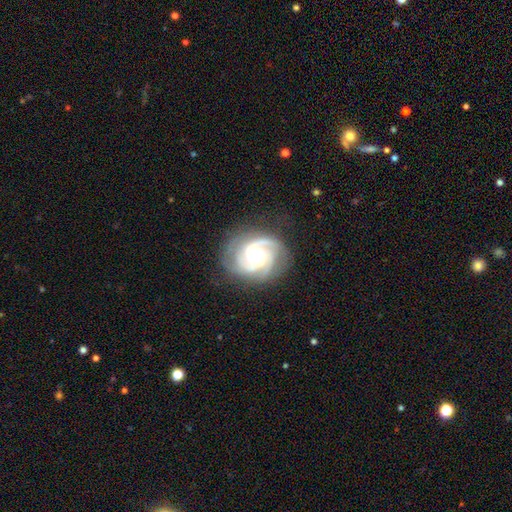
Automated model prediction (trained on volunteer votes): smooth-or-featured: featured or disk: 90% | smooth: 6% | star or artifact: 5%
  disk-edge-on: no: 98% | yes: 2%
    bar: no: 64% | weak: 28% | strong: 7%
    has-spiral-arms: yes: 98% | no: 2%
      spiral-winding: tight: 59% | medium: 36% | loose: 5%
      spiral-arm-count: 3: 53% | 2: 24% | can't tell: 9% | 4: 6% | 1: 4% | more than 4: 4%
    bulge-size: moderate: 58% | large: 20% | small: 19% | dominant: 2% | none: 2%
  merging: none: 77% | minor disturbance: 16% | major disturbance: 6% | merger: 1%